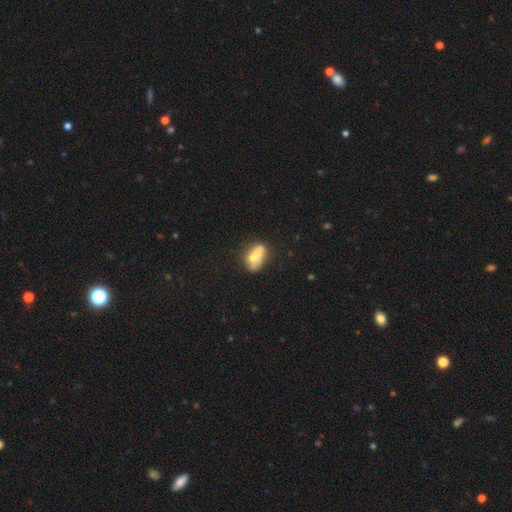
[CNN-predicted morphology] smooth-or-featured: smooth: 56% | featured or disk: 35% | star or artifact: 10%
  how-rounded: in between: 71% | round: 24% | cigar-shaped: 5%
  merging: merger: 56% | none: 26% | minor disturbance: 11% | major disturbance: 7%